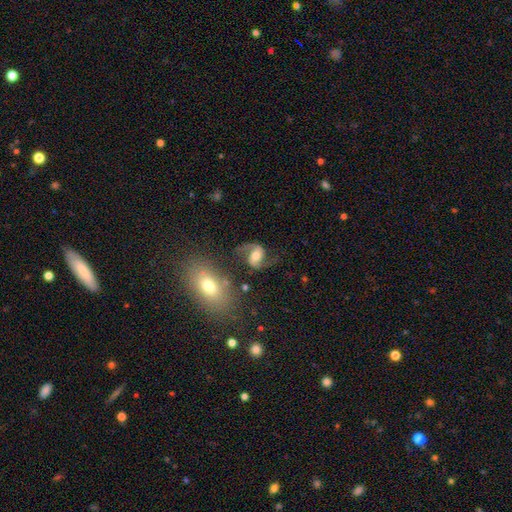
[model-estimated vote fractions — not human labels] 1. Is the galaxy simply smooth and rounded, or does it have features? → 85% featured or disk, 9% smooth, 6% star or artifact.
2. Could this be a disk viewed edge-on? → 97% no, 3% yes.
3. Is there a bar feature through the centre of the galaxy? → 43% weak, 34% no, 23% strong.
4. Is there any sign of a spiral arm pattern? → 96% yes, 4% no.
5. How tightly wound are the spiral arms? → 54% loose, 39% medium, 7% tight.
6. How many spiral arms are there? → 93% 2, 2% 1, 2% can't tell, 1% 3, 1% 4, 1% more than 4.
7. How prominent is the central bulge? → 58% moderate, 19% small, 17% large, 3% none, 2% dominant.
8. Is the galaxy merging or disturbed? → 70% none, 15% minor disturbance, 10% major disturbance, 5% merger.